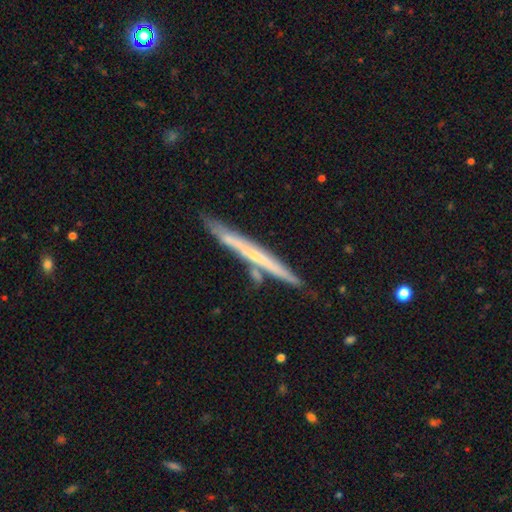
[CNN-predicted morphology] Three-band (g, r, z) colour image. It shows a featured or disk galaxy (59%) viewed edge-on (95%) with no central bulge (80%). Merging: none (79%).